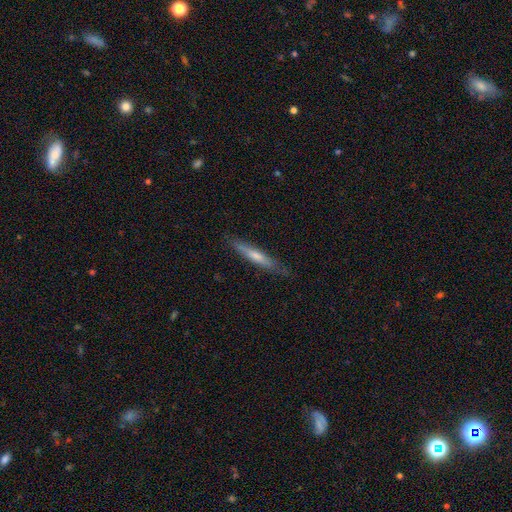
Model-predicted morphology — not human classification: Smooth or featured? smooth (48%)
Merging? none (83%)